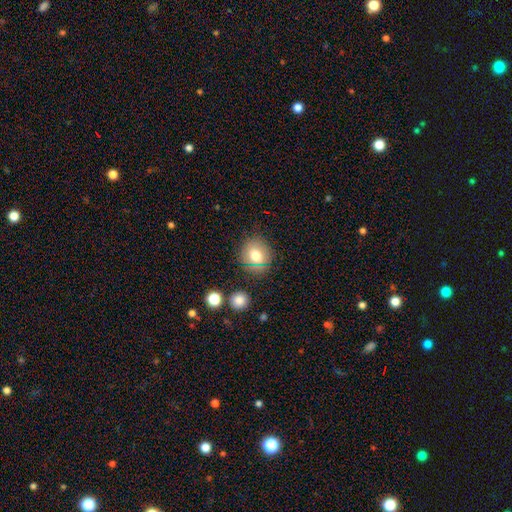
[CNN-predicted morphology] Q: Smooth or featured?
A: smooth (74%); runner-up: featured or disk (13%)
Q: How rounded?
A: round (81%); runner-up: in between (17%)
Q: Merging?
A: none (80%); runner-up: minor disturbance (12%)